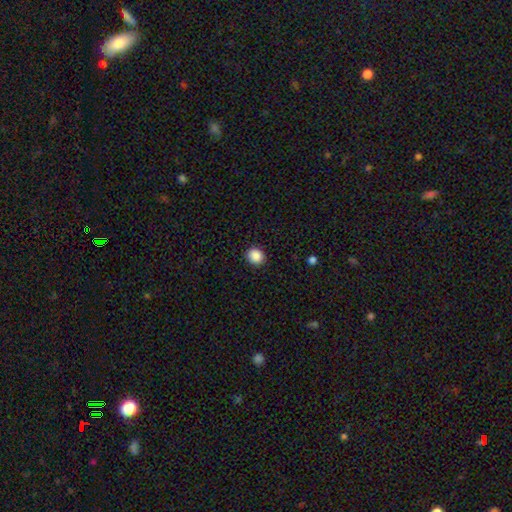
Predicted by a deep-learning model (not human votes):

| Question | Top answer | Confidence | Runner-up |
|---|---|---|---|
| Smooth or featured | smooth | 89% | star or artifact (9%) |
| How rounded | round | 80% | in between (19%) |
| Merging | none | 91% | minor disturbance (6%) |